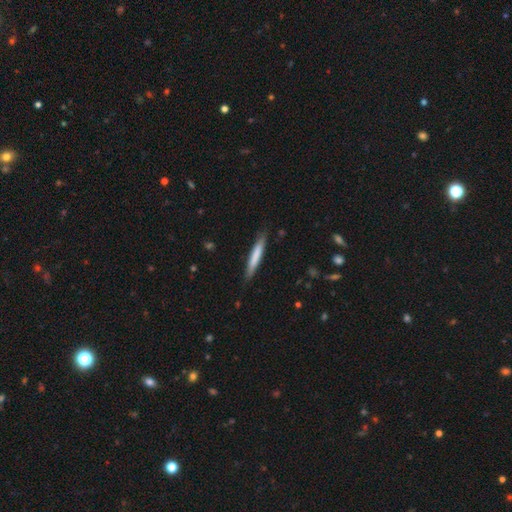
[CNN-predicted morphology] Smooth or featured? Predicted: smooth (p=0.73). How rounded? Predicted: cigar-shaped (p=0.94). Merging? Predicted: none (p=0.86).